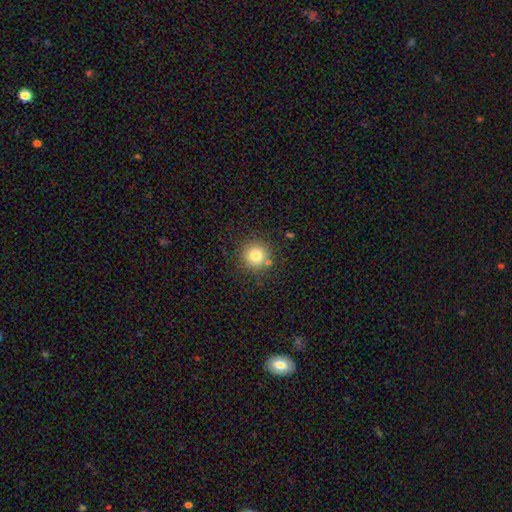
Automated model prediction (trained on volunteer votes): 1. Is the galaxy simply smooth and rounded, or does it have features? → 79% smooth, 13% star or artifact, 8% featured or disk.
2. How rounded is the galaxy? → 95% round, 4% in between, 1% cigar-shaped.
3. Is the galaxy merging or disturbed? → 85% none, 8% minor disturbance, 5% merger, 3% major disturbance.